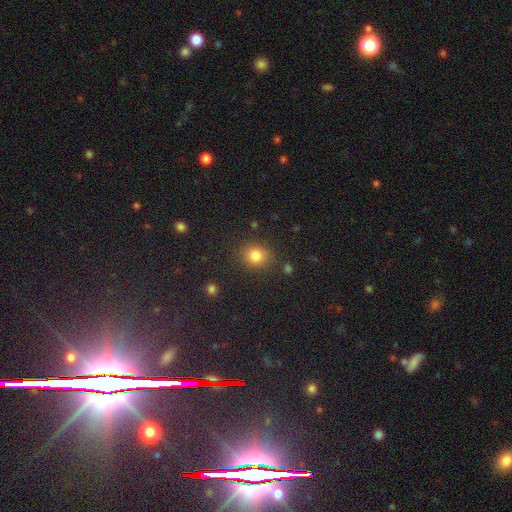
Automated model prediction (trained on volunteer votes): smooth 82%, star or artifact 12%, featured or disk 5%. Down the decision tree: how rounded — round (73%); merging — none (84%).